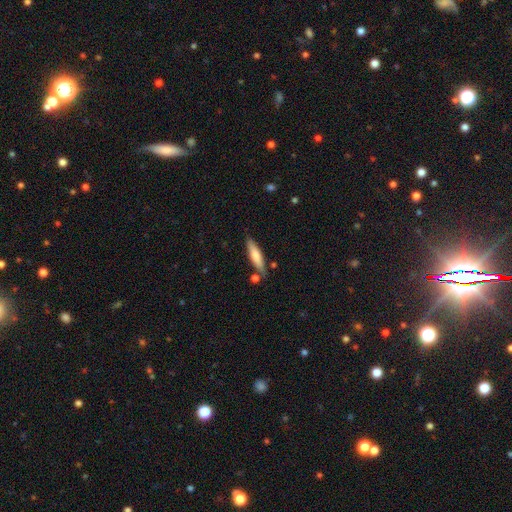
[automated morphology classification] The model was most divided on "smooth or featured": smooth: 70%, featured or disk: 24%, star or artifact: 6%. More confident: merging — none (77%); how rounded — cigar-shaped (75%).